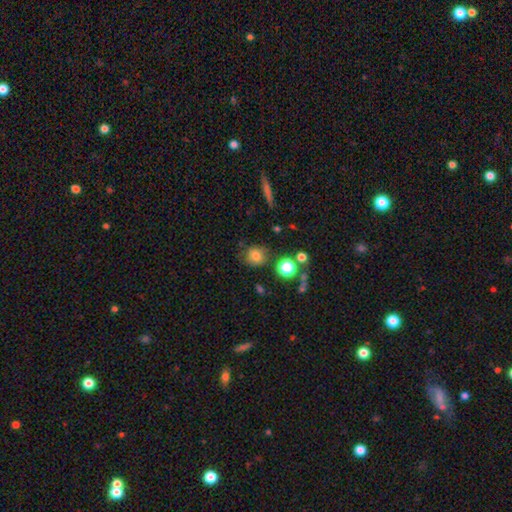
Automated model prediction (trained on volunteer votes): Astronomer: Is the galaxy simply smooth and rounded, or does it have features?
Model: smooth — 78%.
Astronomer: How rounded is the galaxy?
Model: round — 84%.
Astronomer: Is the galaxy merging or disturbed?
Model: none — 77%.